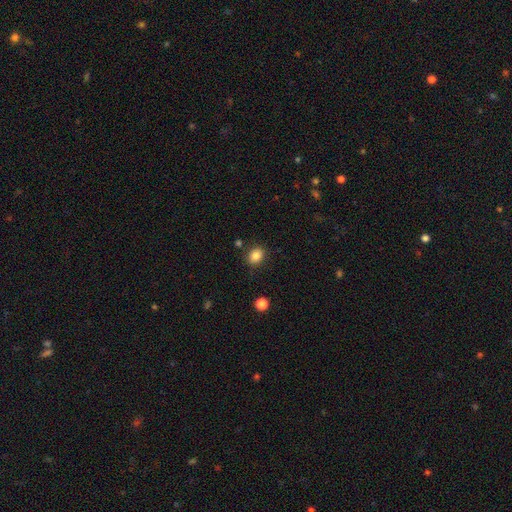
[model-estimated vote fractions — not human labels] Smooth or featured: smooth — 85% (star or artifact — 10%)
How rounded: round — 51% (in between — 48%)
Merging: none — 85% (minor disturbance — 9%)